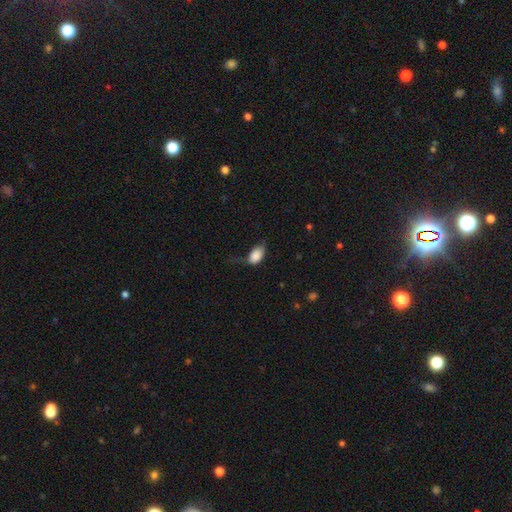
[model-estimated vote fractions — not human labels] Smooth or featured? Predicted: smooth (p=0.85). How rounded? Predicted: in between (p=0.91). Merging? Predicted: minor disturbance (p=0.38).